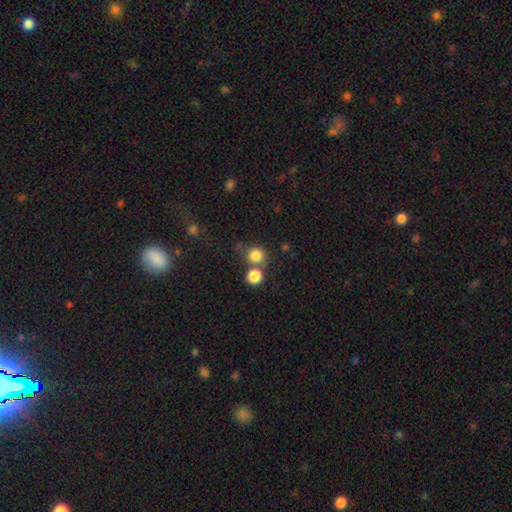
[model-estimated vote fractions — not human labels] Smooth or featured? smooth (82%)
How rounded? round (86%)
Merging? none (56%)